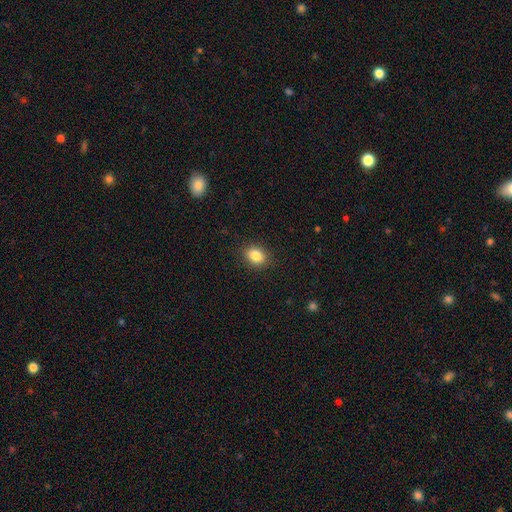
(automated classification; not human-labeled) Overall: smooth (85%). How rounded: in between (61%; round 37%). Merging: none (88%).